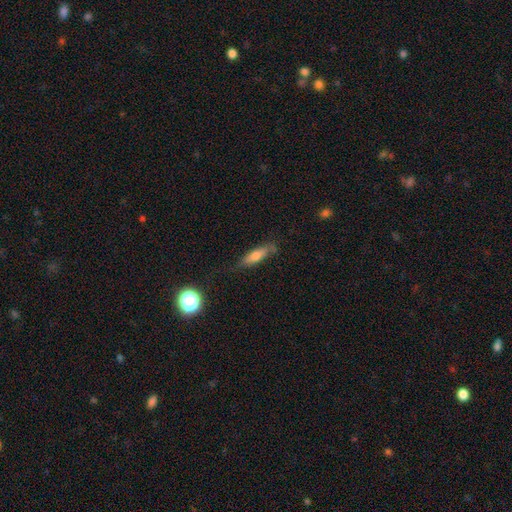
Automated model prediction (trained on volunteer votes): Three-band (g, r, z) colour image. It shows a smooth galaxy with no disk features (59%) that is cigar-shaped (69%). Merging: none (71%).